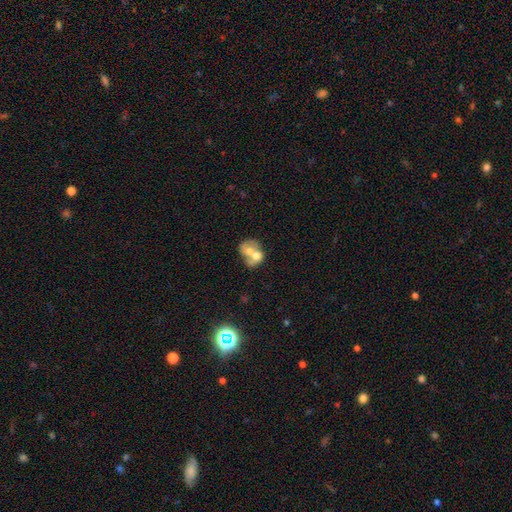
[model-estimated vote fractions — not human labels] smooth-or-featured: smooth: 53% | featured or disk: 40% | star or artifact: 8%
  how-rounded: round: 52% | in between: 48% | cigar-shaped: 1%
  merging: merger: 75% | none: 13% | minor disturbance: 6% | major disturbance: 5%